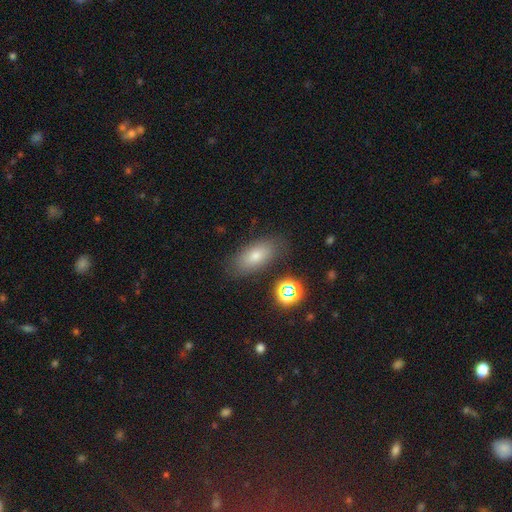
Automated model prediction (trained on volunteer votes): This appears to be a smooth galaxy with no disk features (73%) that is in between round and cigar-shaped (84%). Merging: none (82%).